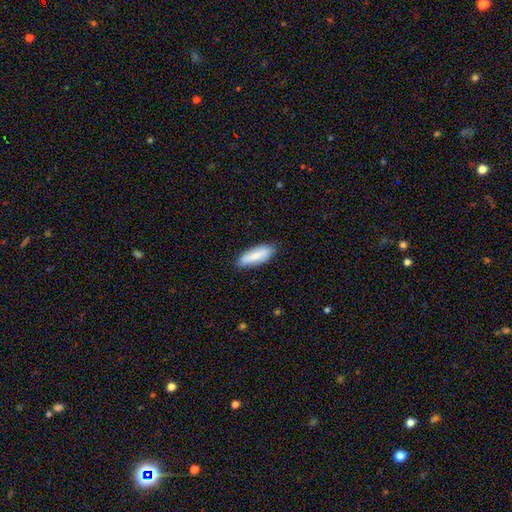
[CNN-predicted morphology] smooth_or_featured: smooth (p=0.80) [alt: featured or disk p=0.14]
how_rounded: in between (p=0.63) [alt: cigar-shaped p=0.35]
merging: none (p=0.84) [alt: minor disturbance p=0.13]